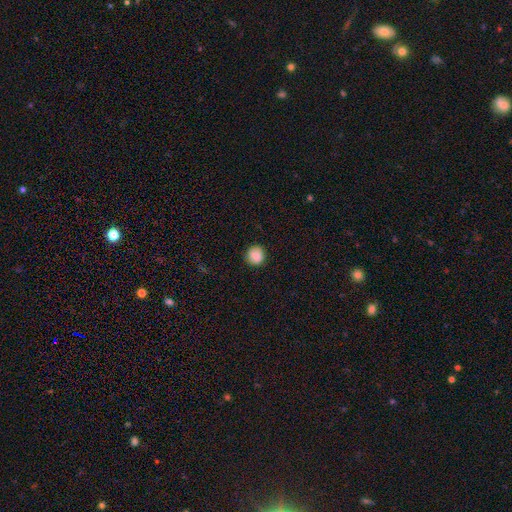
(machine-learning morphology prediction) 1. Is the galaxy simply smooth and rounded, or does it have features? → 84% smooth, 8% star or artifact, 8% featured or disk.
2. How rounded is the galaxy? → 90% round, 9% in between, 1% cigar-shaped.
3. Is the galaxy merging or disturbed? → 88% none, 9% minor disturbance, 2% major disturbance, 1% merger.